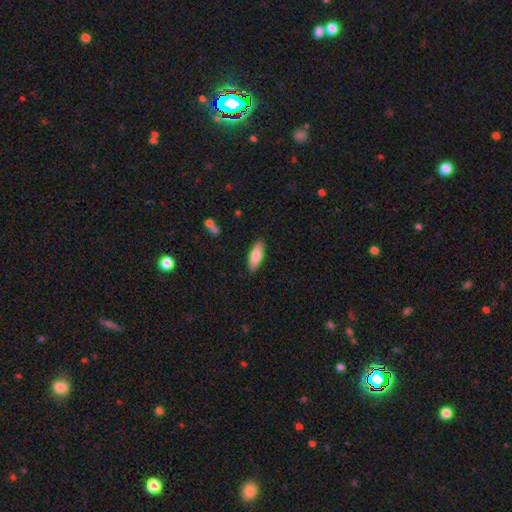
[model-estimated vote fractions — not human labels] A smooth galaxy with no disk features (79%) that is in between round and cigar-shaped (60%). Merging: none (87%).